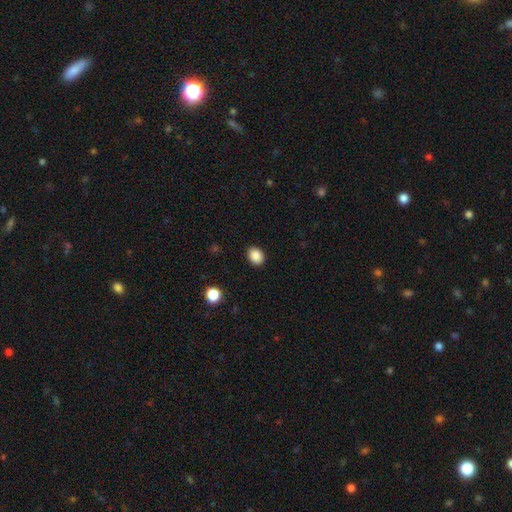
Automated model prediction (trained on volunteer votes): The model was most divided on "how rounded": in between: 60%, round: 39%, cigar-shaped: 1%. More confident: merging — none (89%); smooth or featured — smooth (88%).